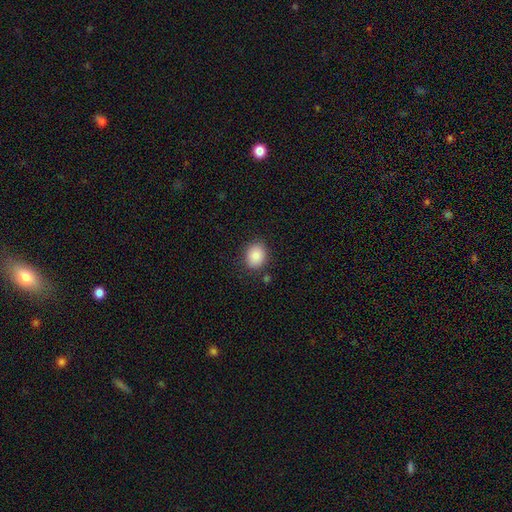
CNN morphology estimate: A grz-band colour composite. It shows a smooth galaxy with no disk features (88%) that is round (52%). Merging: none (84%).